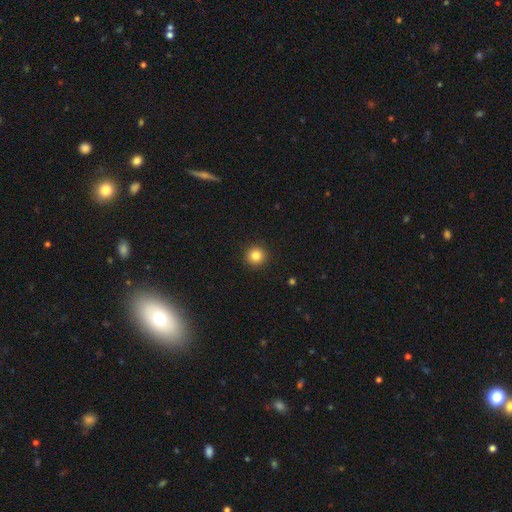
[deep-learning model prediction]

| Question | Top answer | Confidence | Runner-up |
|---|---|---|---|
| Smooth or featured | smooth | 84% | star or artifact (11%) |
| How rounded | round | 95% | in between (4%) |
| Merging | none | 93% | minor disturbance (4%) |